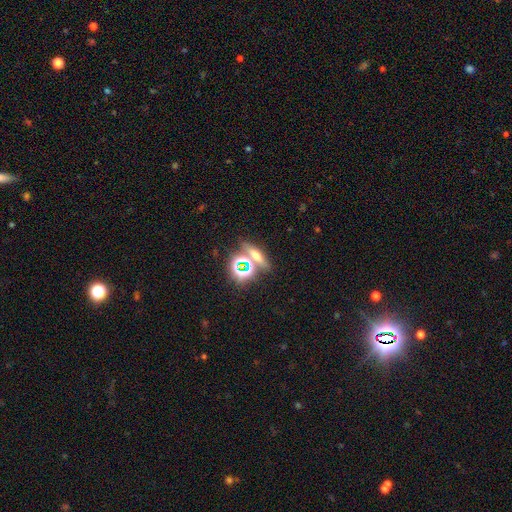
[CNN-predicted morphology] This appears to be a smooth galaxy with no disk features (37%). Merging: none (71%).